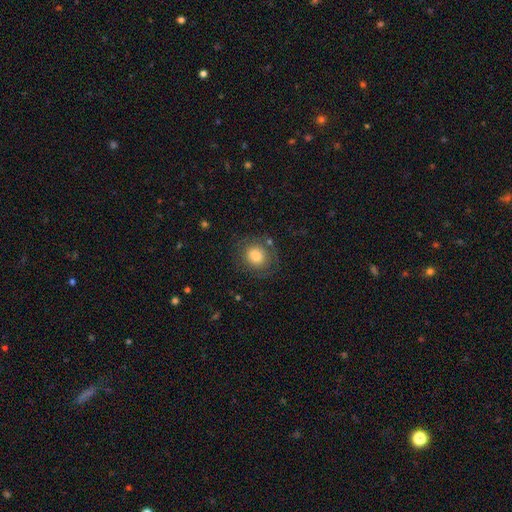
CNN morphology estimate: A smooth galaxy with no disk features (76%) that is round (81%). Merging: none (74%).